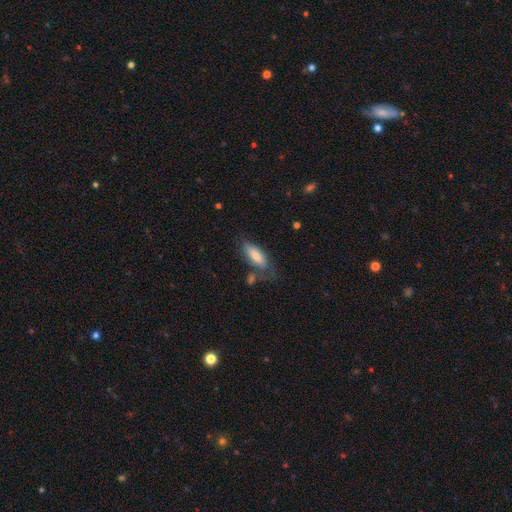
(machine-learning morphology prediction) A smooth galaxy with no disk features (72%) that is in between round and cigar-shaped (68%).

Vote fractions:
- Smooth or featured? smooth: 72% / featured or disk: 20% / star or artifact: 8%
- How rounded? in between: 68% / cigar-shaped: 30% / round: 2%
- Merging? none: 60% / minor disturbance: 23% / major disturbance: 9% / merger: 8%